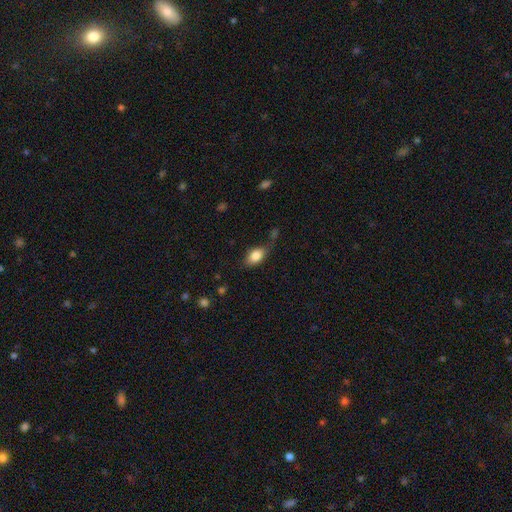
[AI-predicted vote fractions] The model was most divided on "merging": none: 59%, minor disturbance: 24%, major disturbance: 9%, merger: 7%. More confident: how rounded — in between (88%); smooth or featured — smooth (83%).